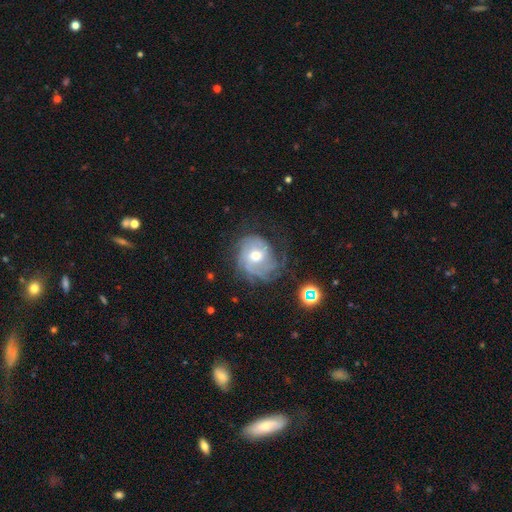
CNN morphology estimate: A featured or disk galaxy (78%) with no bar (61%), tight (55%) spiral arms (92%) and a moderate central bulge (64%).

Vote fractions:
- Smooth or featured? featured or disk: 78% / smooth: 14% / star or artifact: 8%
- Edge-on disk? no: 97% / yes: 3%
- Bar? no: 61% / weak: 33% / strong: 7%
- Spiral arms? yes: 92% / no: 8%
- Spiral winding? tight: 55% / medium: 32% / loose: 13%
- Spiral arm count? can't tell: 38% / 3: 23% / 2: 18% / 4: 10% / 1: 6% / more than 4: 5%
- Bulge size? moderate: 64% / small: 30% / large: 4% / none: 1% / dominant: 1%
- Merging? none: 56% / minor disturbance: 23% / major disturbance: 19% / merger: 2%